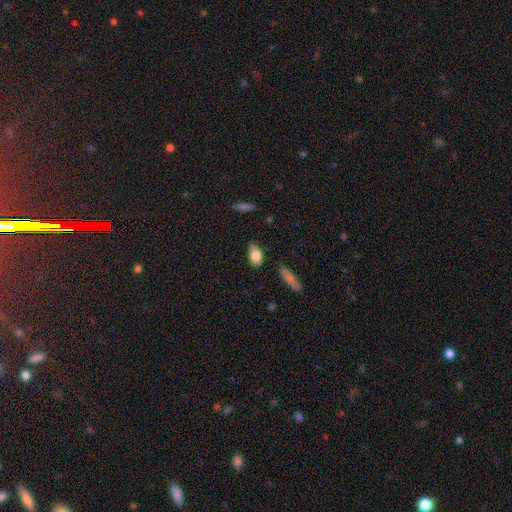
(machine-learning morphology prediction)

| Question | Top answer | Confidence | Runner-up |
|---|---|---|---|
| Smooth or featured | smooth | 81% | featured or disk (11%) |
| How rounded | in between | 86% | round (11%) |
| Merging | none | 71% | minor disturbance (22%) |